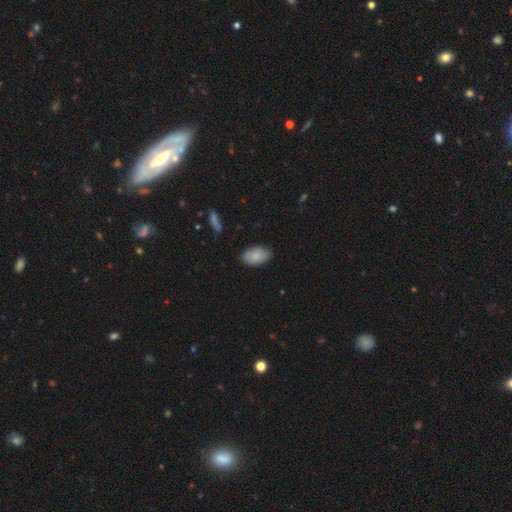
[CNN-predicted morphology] Overall: smooth (85%). How rounded: in between (94%). Merging: none (82%).